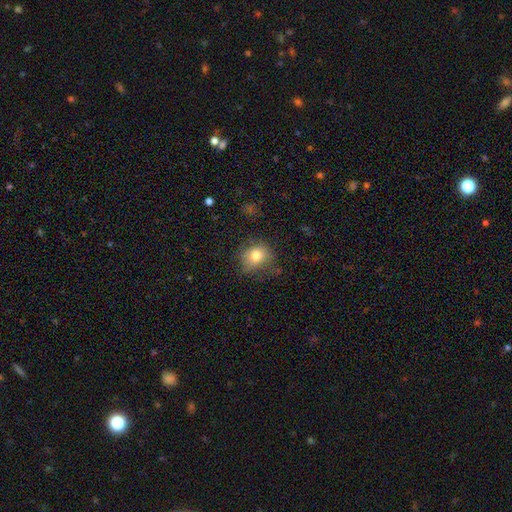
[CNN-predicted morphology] type=smooth (77%); roundness=round (70%); merging=none (62%).